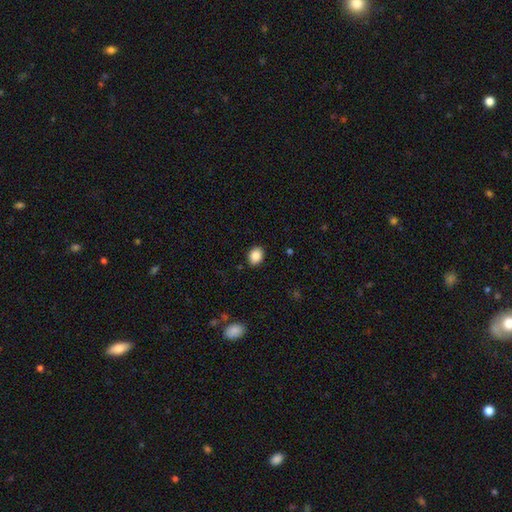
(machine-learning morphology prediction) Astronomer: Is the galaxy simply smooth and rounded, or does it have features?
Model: smooth — 88%.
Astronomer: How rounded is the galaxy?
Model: in between — 56% (runner-up: round, 43%).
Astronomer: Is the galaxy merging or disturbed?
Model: none — 88%.